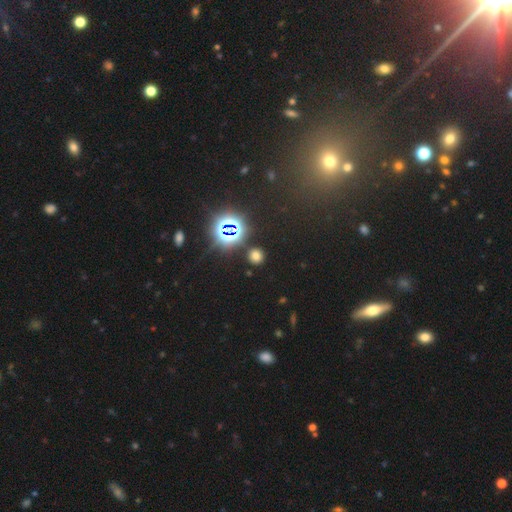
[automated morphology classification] Smooth or featured: smooth — 61% (star or artifact — 33%)
How rounded: round — 88% (in between — 11%)
Merging: none — 87% (minor disturbance — 7%)